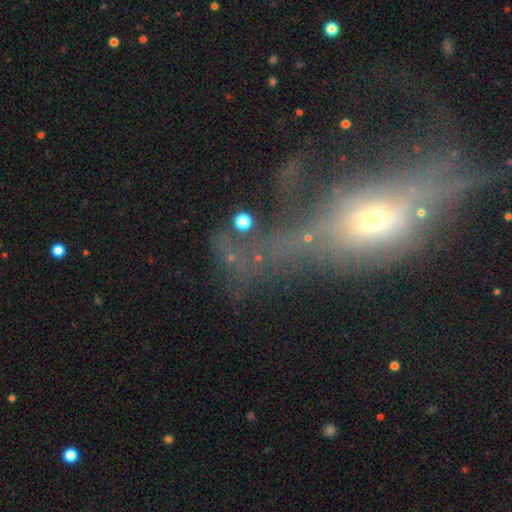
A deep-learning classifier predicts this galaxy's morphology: Smooth or featured?
  - smooth: 35% * (tied)
  - featured or disk: 35% * (tied)
  - star or artifact: 30%
Merging?
  - major disturbance: 49% *
  - none: 23%
  - merger: 15%
  - minor disturbance: 13%